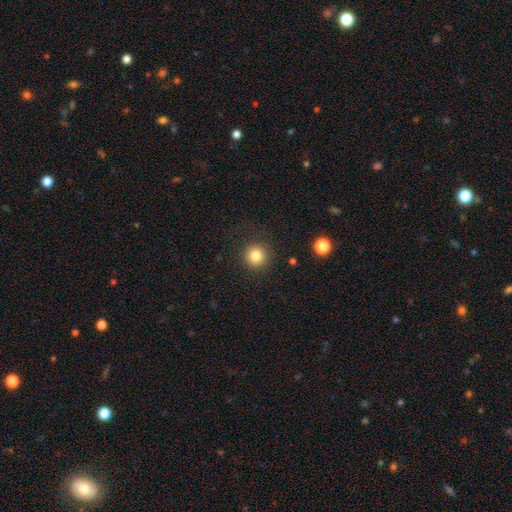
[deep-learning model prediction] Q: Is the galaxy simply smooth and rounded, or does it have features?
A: smooth — 82%.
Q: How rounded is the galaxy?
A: round — 94%.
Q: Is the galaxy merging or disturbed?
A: none — 89%.